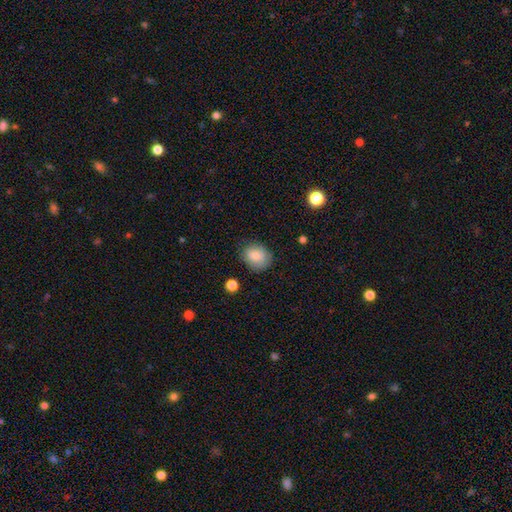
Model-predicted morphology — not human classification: This appears to be a smooth galaxy with no disk features (85%) that is round (51%). Merging: none (77%).